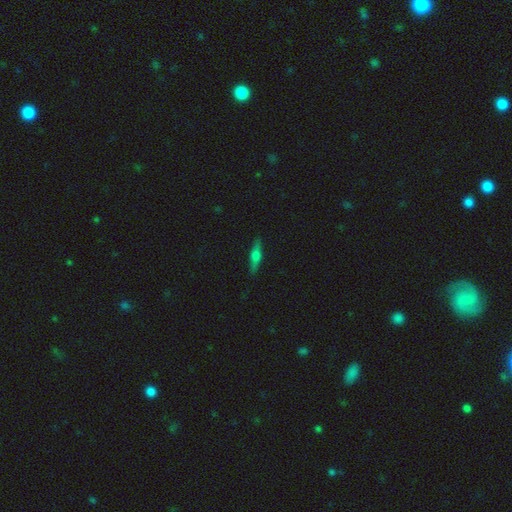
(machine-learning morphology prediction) This appears to be a featured or disk galaxy (57%) viewed edge-on (95%) with a rounded central bulge (90%). Merging: none (89%).